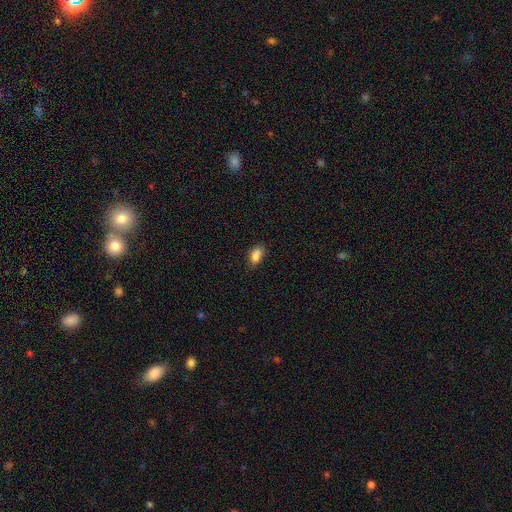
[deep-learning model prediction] Smooth or featured? smooth (86%)
How rounded? in between (88%)
Merging? none (74%)